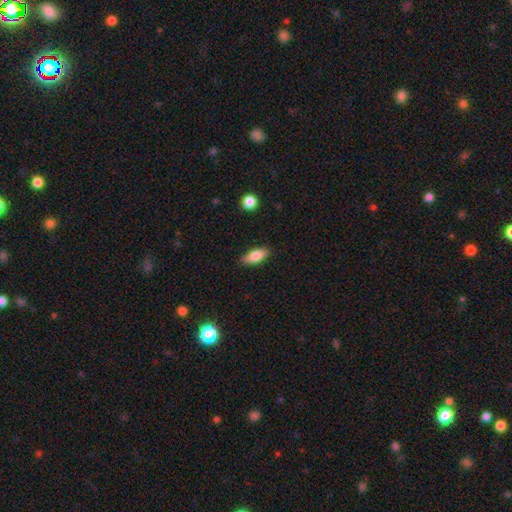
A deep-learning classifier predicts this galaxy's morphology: This is clearly a smooth galaxy (81%). How rounded: clearly in between (82%). Merging: clearly none (86%).